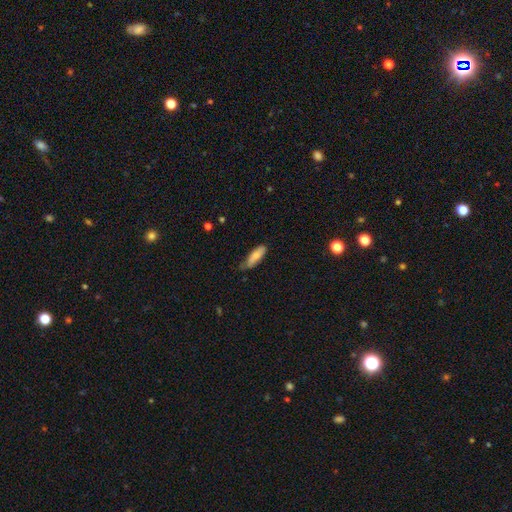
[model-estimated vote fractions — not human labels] Morphology: type=smooth (79%); roundness=in between (53%); merging=none (56%).